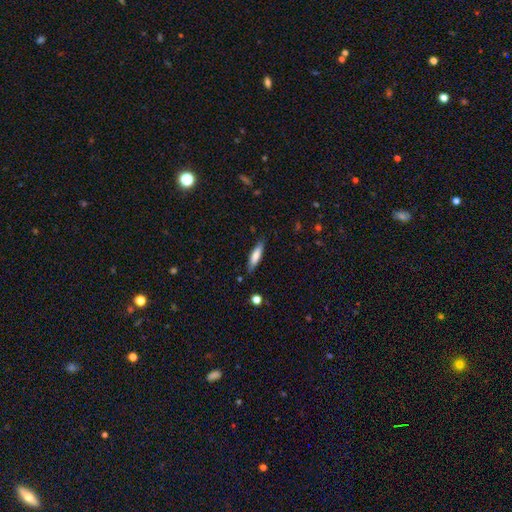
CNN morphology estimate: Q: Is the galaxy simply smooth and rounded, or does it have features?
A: smooth — 74%.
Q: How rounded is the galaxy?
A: cigar-shaped — 72%.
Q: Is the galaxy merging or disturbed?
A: none — 83%.